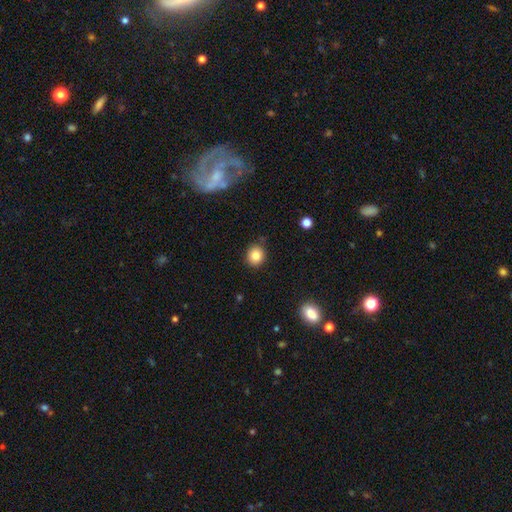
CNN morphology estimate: Q: Smooth or featured?
A: smooth (83%); runner-up: star or artifact (10%)
Q: How rounded?
A: round (82%); runner-up: in between (17%)
Q: Merging?
A: none (85%); runner-up: minor disturbance (11%)